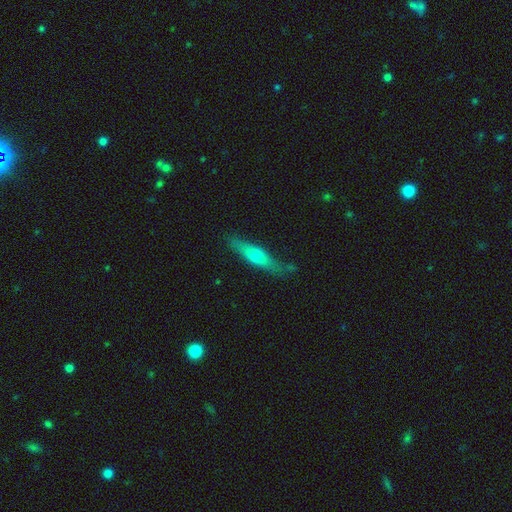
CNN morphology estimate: This is likely a smooth galaxy (62%). How rounded: likely cigar-shaped (78%). Merging: likely none (72%).